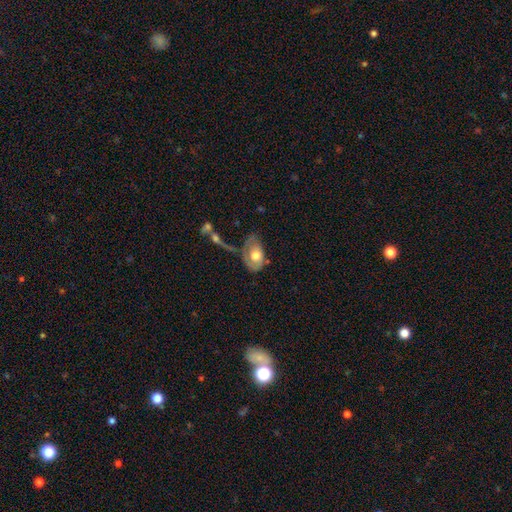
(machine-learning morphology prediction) This appears to be a smooth galaxy with no disk features (49%). Merging: none (34%).